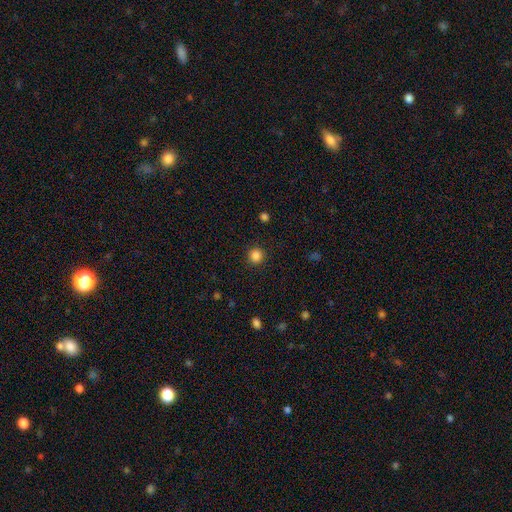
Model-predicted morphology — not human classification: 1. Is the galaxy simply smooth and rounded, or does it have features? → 85% smooth, 11% star or artifact, 3% featured or disk.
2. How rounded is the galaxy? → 92% round, 7% in between, 1% cigar-shaped.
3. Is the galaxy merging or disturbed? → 90% none, 6% minor disturbance, 2% major disturbance, 1% merger.